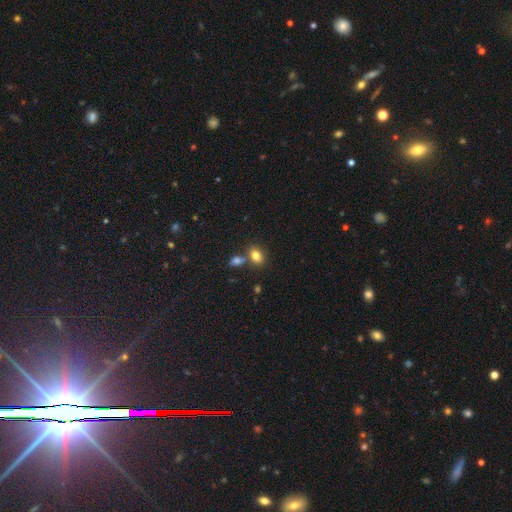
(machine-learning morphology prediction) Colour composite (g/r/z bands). It shows a smooth galaxy with no disk features (80%) that is in between round and cigar-shaped (70%). Merging: none (58%).